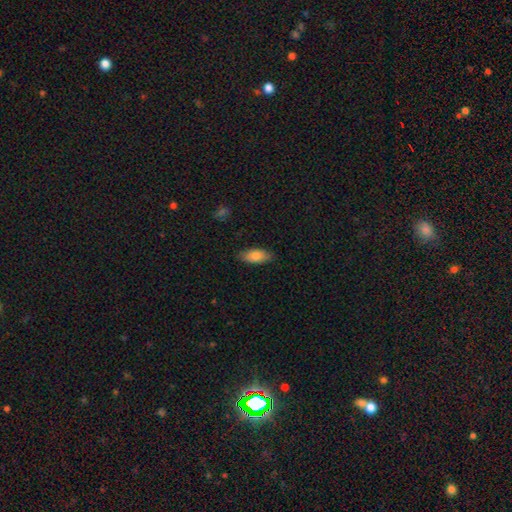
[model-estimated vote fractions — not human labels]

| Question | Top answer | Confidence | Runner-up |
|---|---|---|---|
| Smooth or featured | smooth | 82% | featured or disk (12%) |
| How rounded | in between | 86% | cigar-shaped (12%) |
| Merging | none | 86% | minor disturbance (11%) |